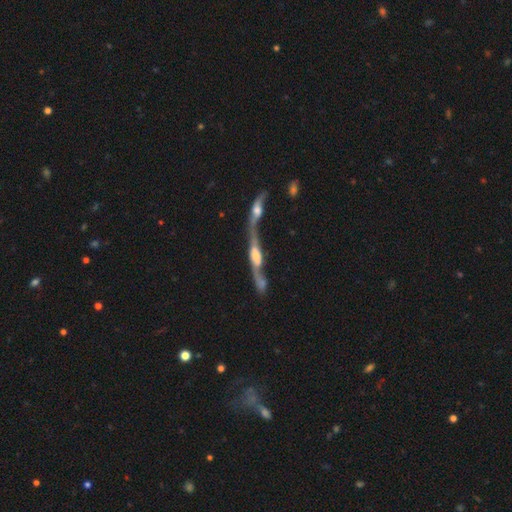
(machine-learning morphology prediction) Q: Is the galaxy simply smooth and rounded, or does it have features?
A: featured or disk — 73%.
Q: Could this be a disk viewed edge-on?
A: yes — 69%.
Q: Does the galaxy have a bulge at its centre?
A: rounded — 70%.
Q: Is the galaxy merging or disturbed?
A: merger — 74%.